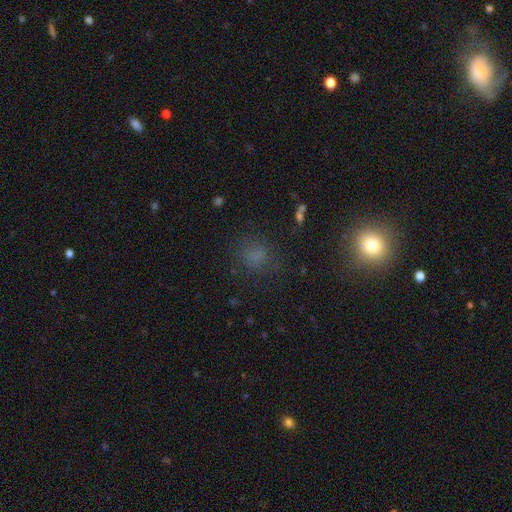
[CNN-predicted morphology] Overall: smooth (68%). How rounded: round (75%). Merging: none (77%).